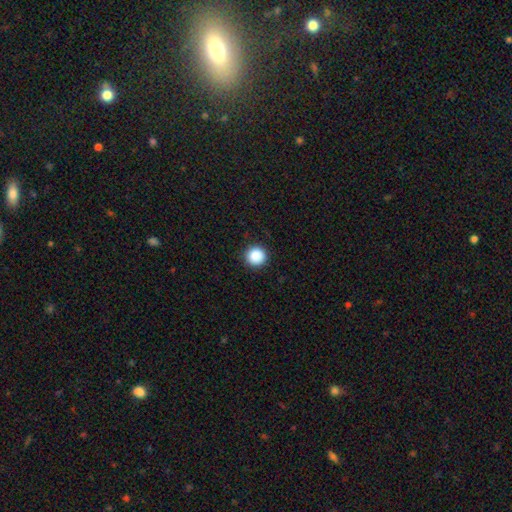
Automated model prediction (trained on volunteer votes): Smooth or featured? Predicted: smooth (p=0.88). How rounded? Predicted: round (p=0.96). Merging? Predicted: none (p=0.92).